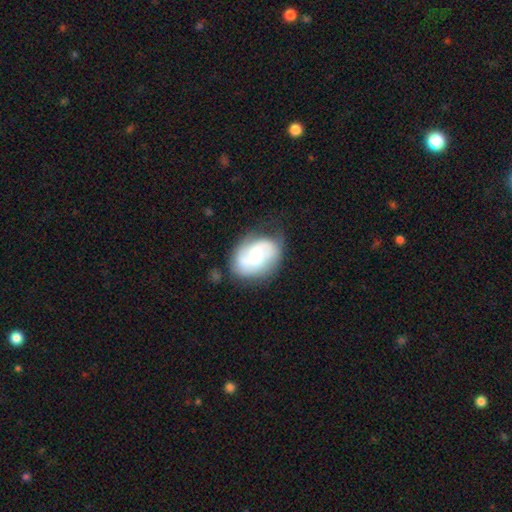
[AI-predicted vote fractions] Smooth or featured? Predicted: featured or disk (p=0.65). Edge-on disk? Predicted: no (p=0.97). Bar? Predicted: no (p=0.52). Spiral arms? Predicted: yes (p=0.87). Spiral winding? Predicted: medium (p=0.47). Spiral arm count? Predicted: 2 (p=0.72). Bulge size? Predicted: moderate (p=0.53). Merging? Predicted: none (p=0.60).